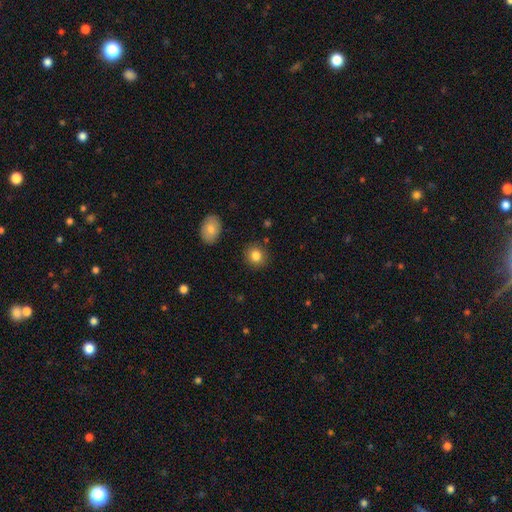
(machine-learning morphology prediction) Q: Smooth or featured?
A: smooth (84%); runner-up: star or artifact (9%)
Q: How rounded?
A: round (83%); runner-up: in between (16%)
Q: Merging?
A: none (88%); runner-up: minor disturbance (7%)